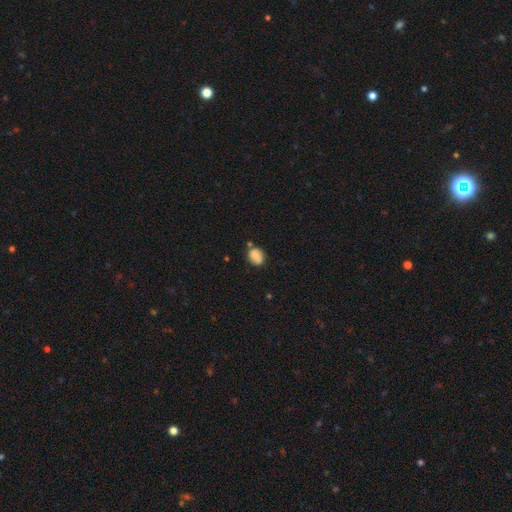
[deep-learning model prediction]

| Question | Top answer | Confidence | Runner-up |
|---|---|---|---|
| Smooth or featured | smooth | 78% | featured or disk (13%) |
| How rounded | in between | 52% | round (47%) |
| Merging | none | 59% | minor disturbance (24%) |